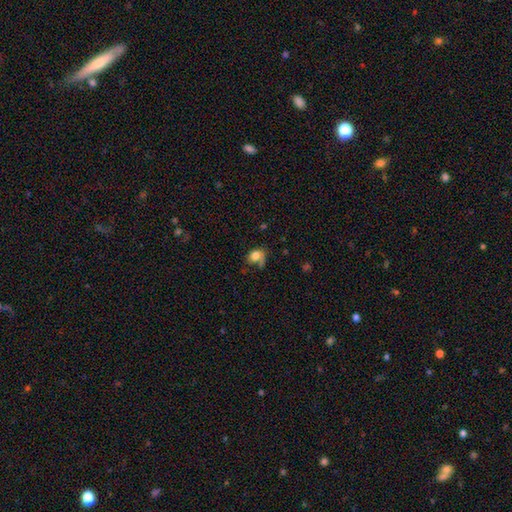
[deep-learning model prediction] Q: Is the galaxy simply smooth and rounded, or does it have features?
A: smooth — 73%.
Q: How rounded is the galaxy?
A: in between — 57%.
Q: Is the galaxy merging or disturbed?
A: none — 41%.